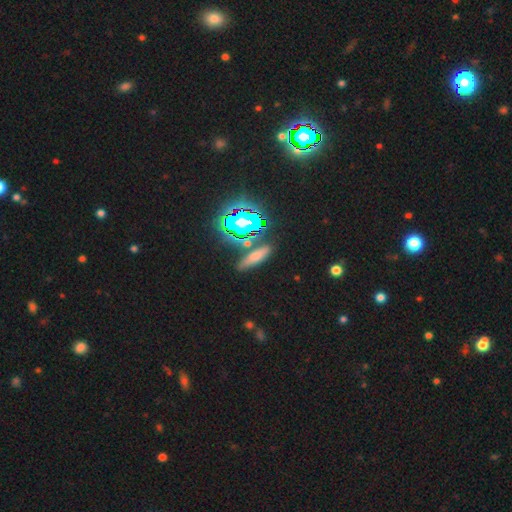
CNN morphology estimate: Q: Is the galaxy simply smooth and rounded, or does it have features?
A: smooth — 48%.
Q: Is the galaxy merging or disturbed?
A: none — 77%.